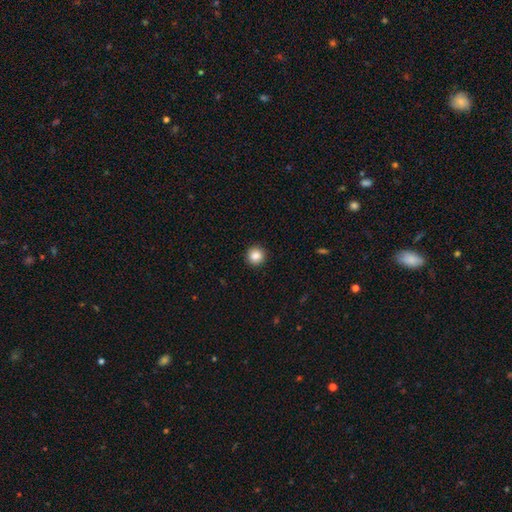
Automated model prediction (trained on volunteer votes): Smooth or featured? Predicted: smooth (p=0.86). How rounded? Predicted: round (p=0.95). Merging? Predicted: none (p=0.93).